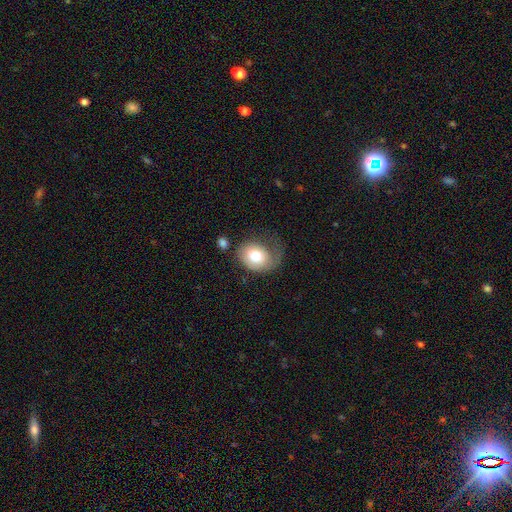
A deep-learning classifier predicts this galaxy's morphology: Overall: smooth (72%). How rounded: in between (53%; round 46%). Merging: none (33%; major disturbance 32%).